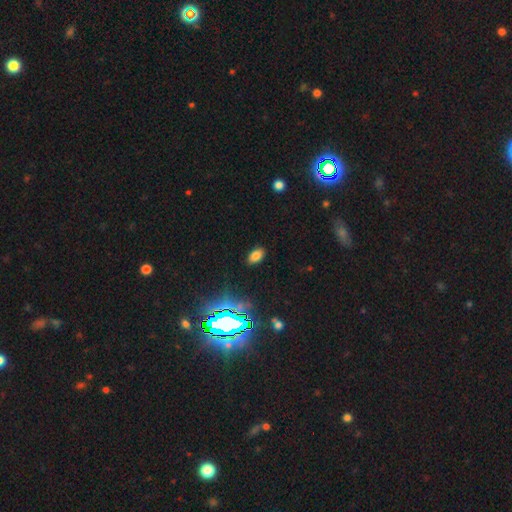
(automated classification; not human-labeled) A smooth galaxy with no disk features (71%) that is in between round and cigar-shaped (89%).

Vote fractions:
- Smooth or featured? smooth: 71% / star or artifact: 22% / featured or disk: 7%
- How rounded? in between: 89% / round: 9% / cigar-shaped: 2%
- Merging? none: 87% / minor disturbance: 9% / major disturbance: 3% / merger: 1%